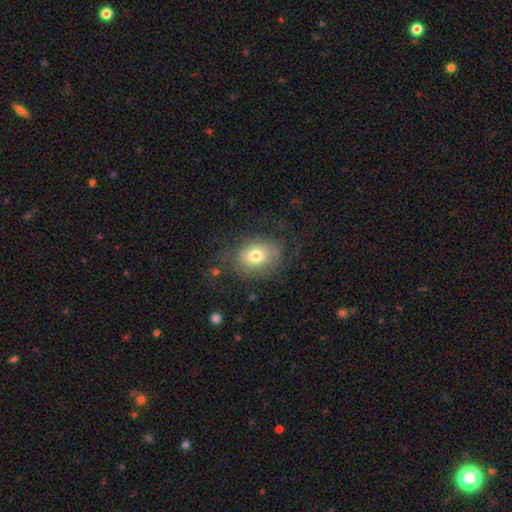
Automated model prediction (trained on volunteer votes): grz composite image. It shows a smooth galaxy with no disk features (67%) that is in between round and cigar-shaped (59%). Merging: none (61%).